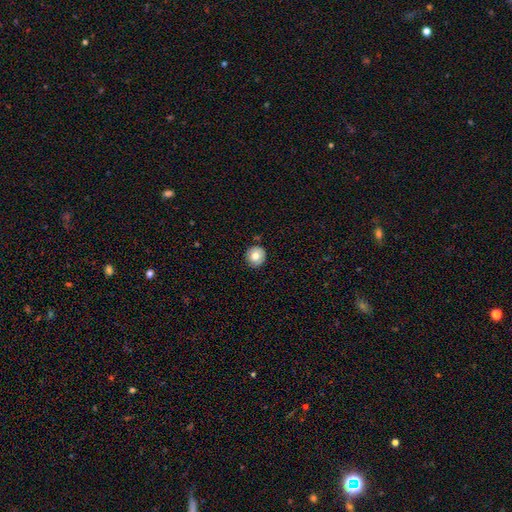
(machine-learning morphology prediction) Smooth or featured?
  - smooth: 78% *
  - featured or disk: 13%
  - star or artifact: 8%
How rounded?
  - round: 91% *
  - in between: 8%
  - cigar-shaped: 1%
Merging?
  - none: 87% *
  - minor disturbance: 9%
  - major disturbance: 2%
  - merger: 2%